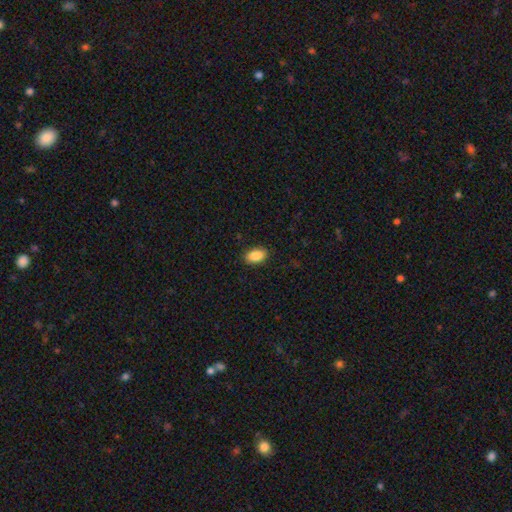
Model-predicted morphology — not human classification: Smooth or featured? Predicted: smooth (p=0.89). How rounded? Predicted: in between (p=0.92). Merging? Predicted: none (p=0.89).